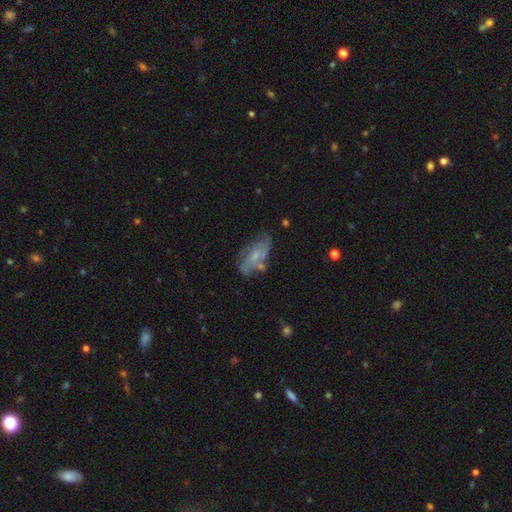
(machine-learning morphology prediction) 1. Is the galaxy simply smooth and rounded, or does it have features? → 63% featured or disk, 28% smooth, 9% star or artifact.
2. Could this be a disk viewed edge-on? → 92% no, 8% yes.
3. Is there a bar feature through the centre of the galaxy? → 65% no, 29% weak, 6% strong.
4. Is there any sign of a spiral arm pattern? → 75% yes, 25% no.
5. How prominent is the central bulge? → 57% small, 25% moderate, 16% none, 2% large, 1% dominant.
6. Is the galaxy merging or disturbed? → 52% none, 25% minor disturbance, 15% major disturbance, 9% merger.